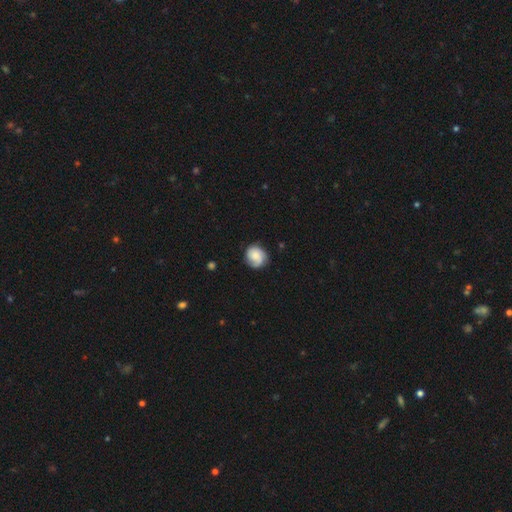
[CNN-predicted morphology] The model was most divided on "smooth or featured": featured or disk: 47%, smooth: 46%, star or artifact: 7%. More confident: merging — none (72%).